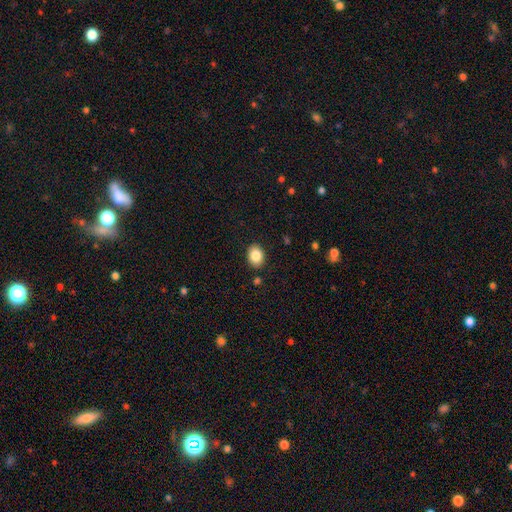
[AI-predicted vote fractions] This appears to be a smooth galaxy with no disk features (85%) that is in between round and cigar-shaped (67%). Merging: none (89%).